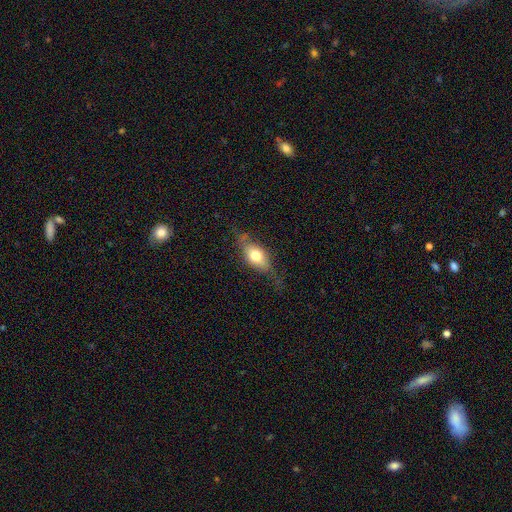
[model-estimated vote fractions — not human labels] smooth 60%, featured or disk 33%, star or artifact 8%. Down the decision tree: how rounded — in between (76%); merging — none (58%).